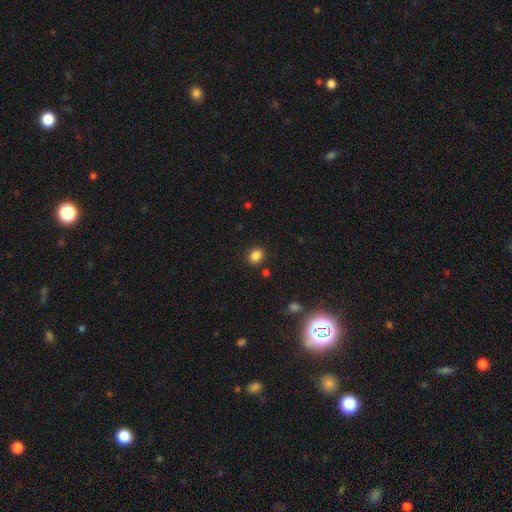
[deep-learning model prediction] This is clearly a smooth galaxy (85%). How rounded: possibly in between (55%). Merging: clearly none (85%).